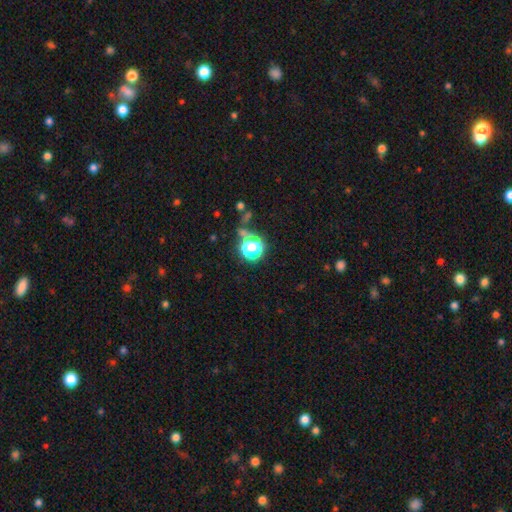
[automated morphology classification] A smooth galaxy with no disk features (53%) that is round (83%). Merging: none (64%).